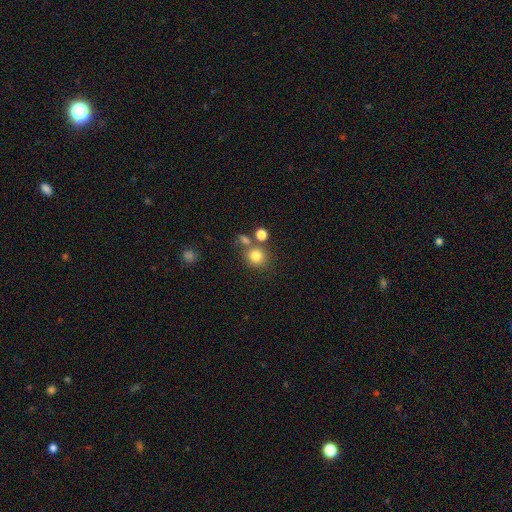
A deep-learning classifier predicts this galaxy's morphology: smooth_or_featured: smooth (p=0.79) [alt: star or artifact p=0.13]
how_rounded: round (p=0.87) [alt: in between p=0.12]
merging: none (p=0.67) [alt: merger p=0.19]